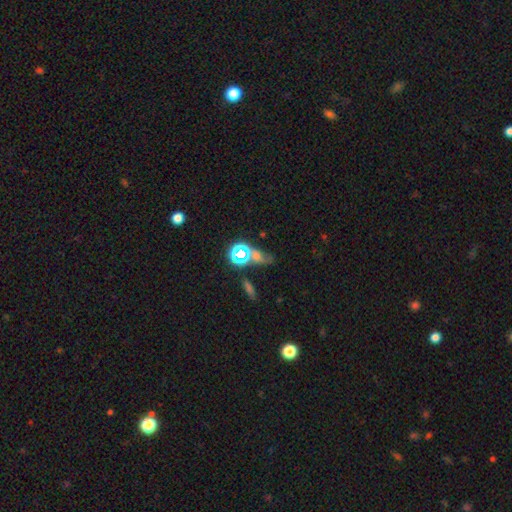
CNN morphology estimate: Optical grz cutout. It shows a star or artifact, not a galaxy (42%, tied with smooth).